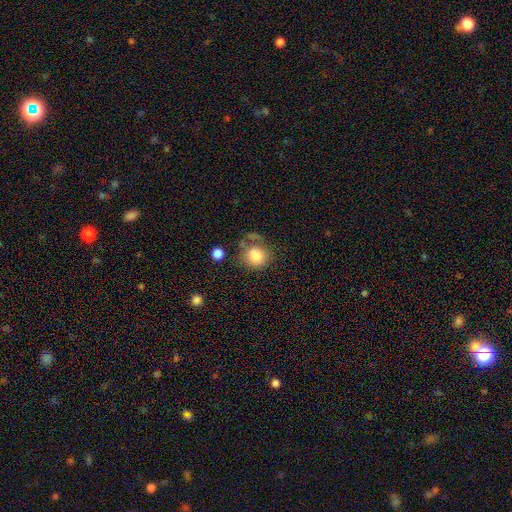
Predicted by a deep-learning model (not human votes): Q: Smooth or featured?
A: smooth (81%); runner-up: featured or disk (10%)
Q: How rounded?
A: round (78%); runner-up: in between (21%)
Q: Merging?
A: none (52%); runner-up: minor disturbance (22%)